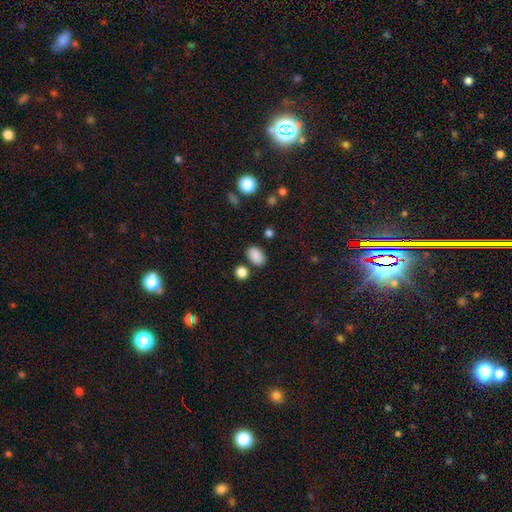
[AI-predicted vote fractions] smooth 87%, star or artifact 10%, featured or disk 4%. Down the decision tree: how rounded — in between (85%); merging — none (79%).